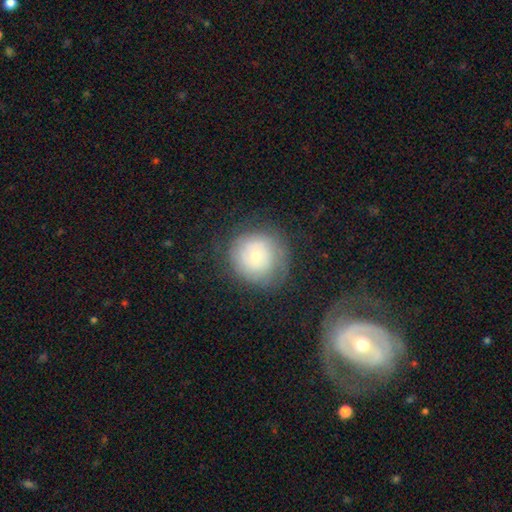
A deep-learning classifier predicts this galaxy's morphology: The model was most divided on "smooth or featured": smooth: 54%, featured or disk: 37%, star or artifact: 10%. More confident: how rounded — round (91%); merging — none (72%).